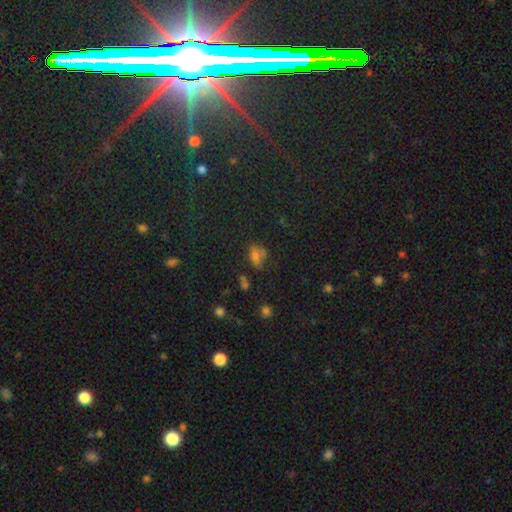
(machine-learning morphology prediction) type=smooth (53%); roundness=in between (68%); merging=none (51%).